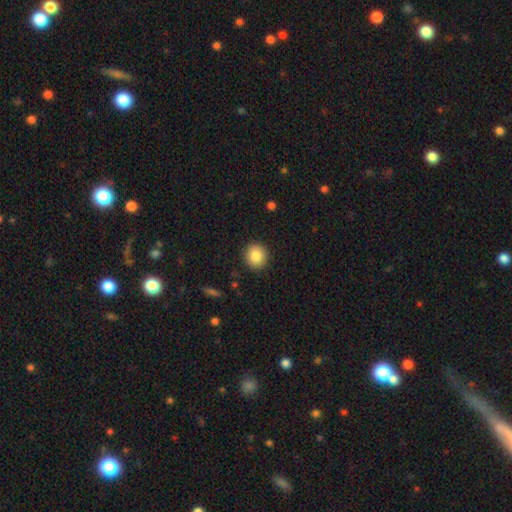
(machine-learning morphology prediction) Overall: smooth (85%). How rounded: round (88%). Merging: none (91%).